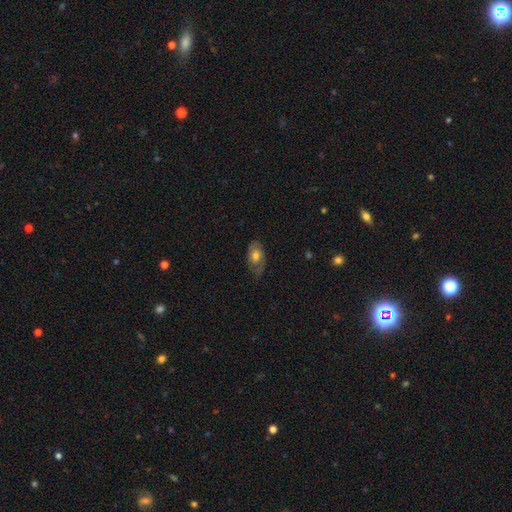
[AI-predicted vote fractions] Q: Smooth or featured?
A: smooth (46%); tied with: featured or disk (46%)
Q: Merging?
A: none (64%); runner-up: minor disturbance (26%)